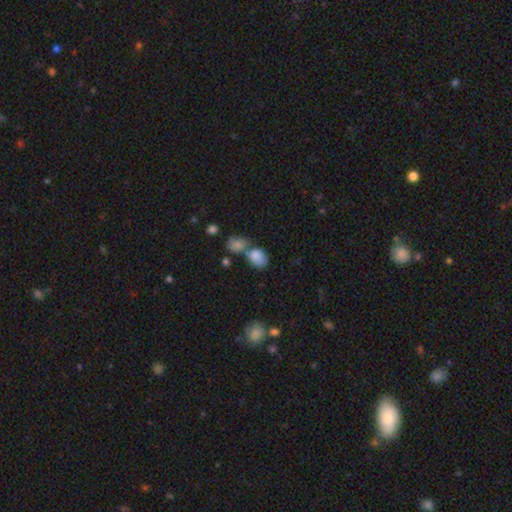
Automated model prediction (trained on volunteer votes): Morphology: type=smooth (81%); roundness=in between (64%); merging=merger (49%).